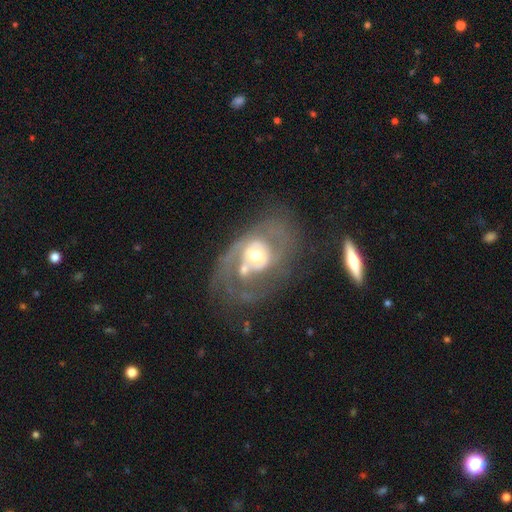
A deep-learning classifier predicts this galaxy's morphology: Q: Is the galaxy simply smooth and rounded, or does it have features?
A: featured or disk — 78%.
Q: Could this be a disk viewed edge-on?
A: no — 96%.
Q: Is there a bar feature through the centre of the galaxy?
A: no — 61%.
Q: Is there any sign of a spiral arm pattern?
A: yes — 73%.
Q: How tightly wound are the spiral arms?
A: medium — 42%.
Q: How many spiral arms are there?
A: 2 — 49%.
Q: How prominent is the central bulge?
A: moderate — 64%.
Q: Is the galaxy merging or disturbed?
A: none — 38%.